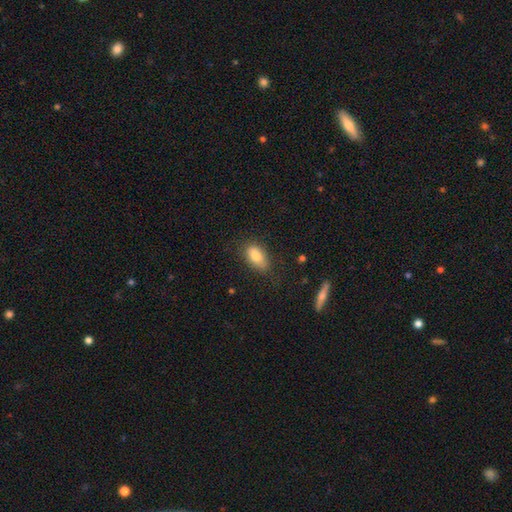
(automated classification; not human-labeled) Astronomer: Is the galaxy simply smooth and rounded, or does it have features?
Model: smooth — 82%.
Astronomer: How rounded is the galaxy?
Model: in between — 88%.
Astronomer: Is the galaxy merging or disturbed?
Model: none — 75%.